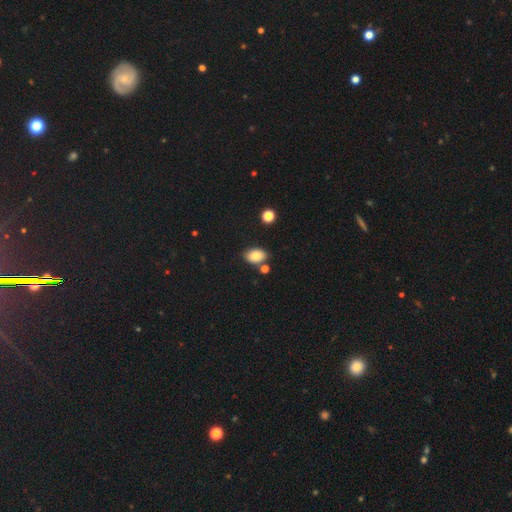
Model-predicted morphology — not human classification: type=smooth (80%); roundness=in between (82%); merging=none (78%).